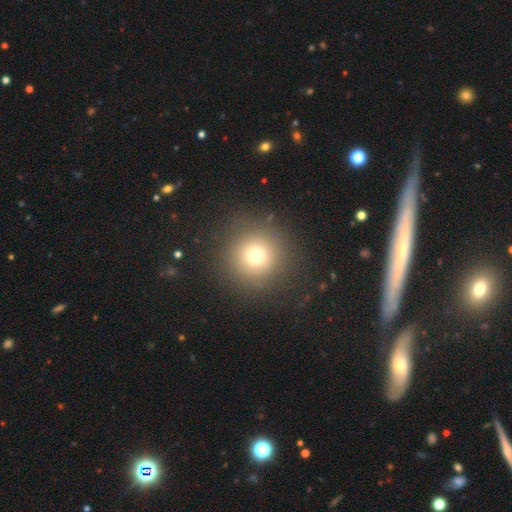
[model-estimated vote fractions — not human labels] Smooth or featured? Predicted: smooth (p=0.72). How rounded? Predicted: round (p=0.95). Merging? Predicted: none (p=0.88).